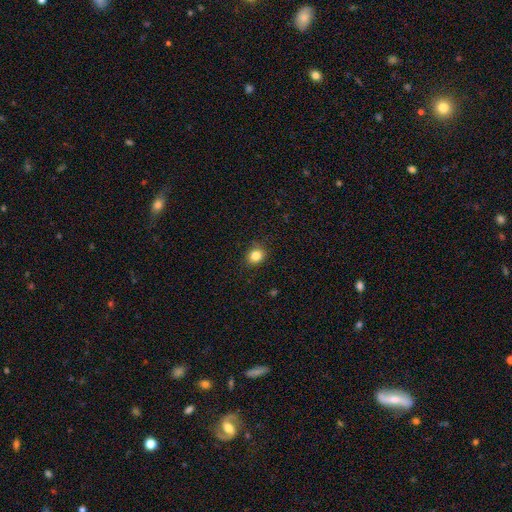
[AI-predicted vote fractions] A smooth galaxy with no disk features (84%) that is round (72%). Merging: none (85%).